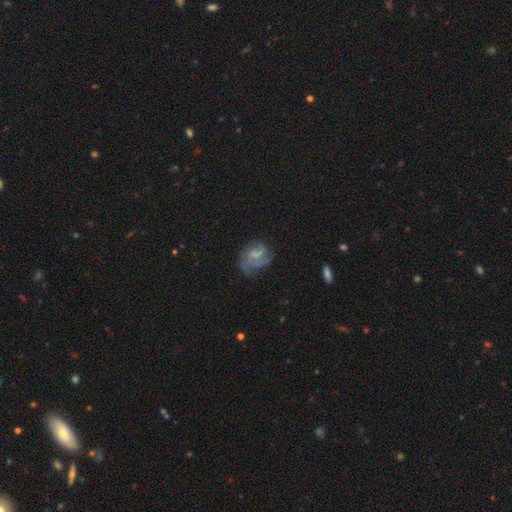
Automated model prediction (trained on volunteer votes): Q: Smooth or featured?
A: featured or disk (62%); runner-up: smooth (29%)
Q: Edge-on disk?
A: no (98%); runner-up: yes (2%)
Q: Bar?
A: no (57%); runner-up: weak (37%)
Q: Spiral arms?
A: yes (82%); runner-up: no (18%)
Q: Bulge size?
A: small (35%); tied with: none (35%)
Q: Merging?
A: none (49%); runner-up: minor disturbance (25%)